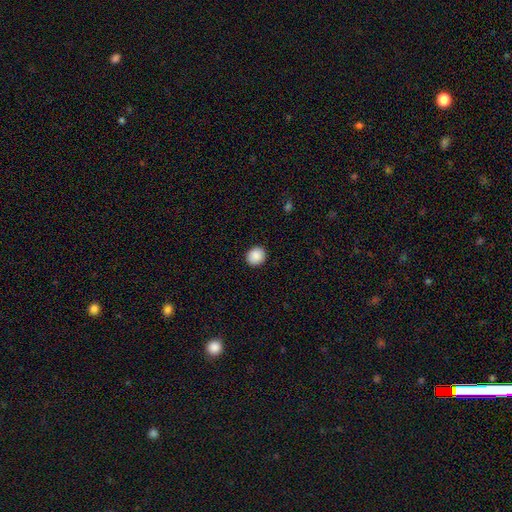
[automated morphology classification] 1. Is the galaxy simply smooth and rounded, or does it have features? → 89% smooth, 8% star or artifact, 3% featured or disk.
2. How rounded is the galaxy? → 77% round, 22% in between, 1% cigar-shaped.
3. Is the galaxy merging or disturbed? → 91% none, 6% minor disturbance, 2% major disturbance, 1% merger.